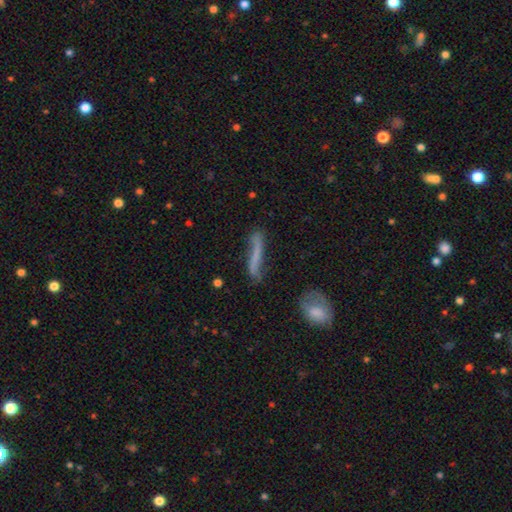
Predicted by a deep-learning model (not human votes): Smooth or featured?
  - smooth: 49% *
  - featured or disk: 42%
  - star or artifact: 9%
Merging?
  - none: 56% *
  - minor disturbance: 25%
  - major disturbance: 12%
  - merger: 6%